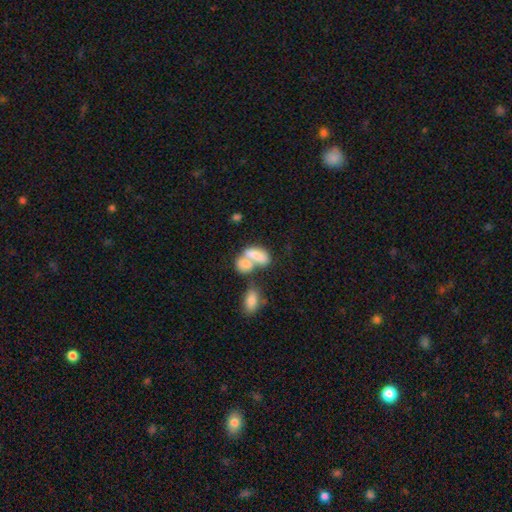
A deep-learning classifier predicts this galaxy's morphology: smooth 74%, featured or disk 18%, star or artifact 9%. Down the decision tree: how rounded — in between (86%); merging — merger (66%).